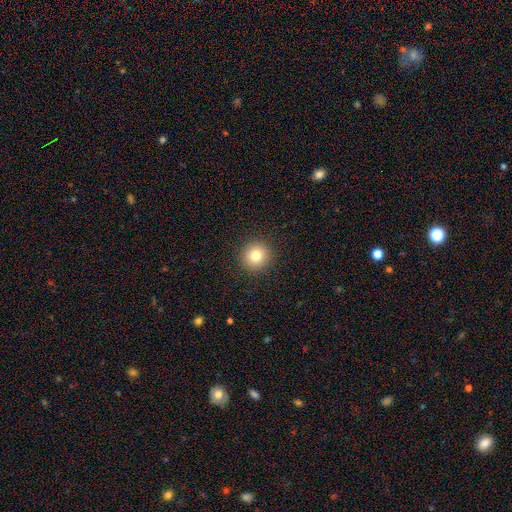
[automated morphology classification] smooth_or_featured: smooth (p=0.80) [alt: star or artifact p=0.12]
how_rounded: round (p=0.94) [alt: in between p=0.05]
merging: none (p=0.92) [alt: minor disturbance p=0.05]